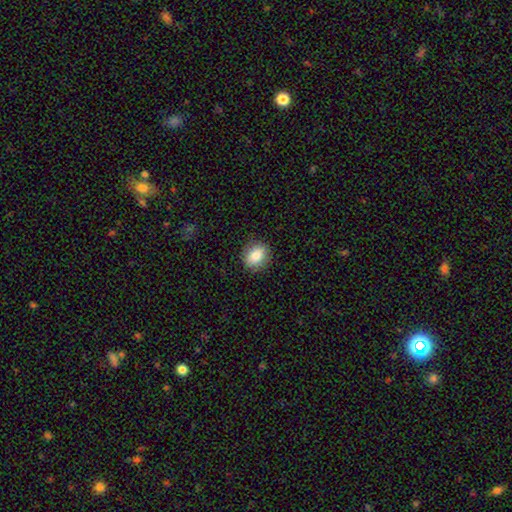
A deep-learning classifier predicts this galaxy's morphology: Smooth or featured?
  - smooth: 81% *
  - featured or disk: 10%
  - star or artifact: 9%
How rounded?
  - round: 54% *
  - in between: 45%
  - cigar-shaped: 1%
Merging?
  - none: 85% *
  - minor disturbance: 11%
  - major disturbance: 3%
  - merger: 1%